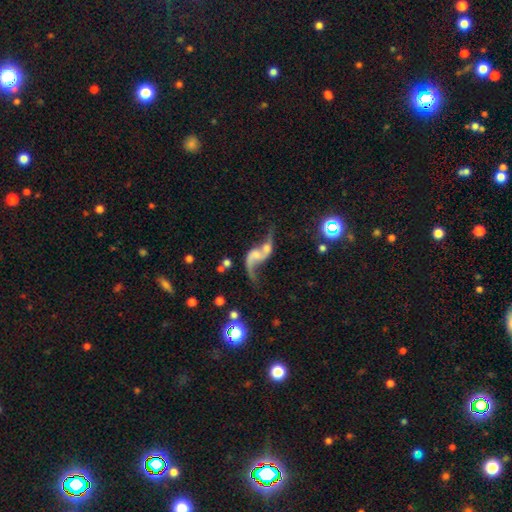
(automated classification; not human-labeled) Smooth or featured?
  - featured or disk: 81% *
  - smooth: 11%
  - star or artifact: 8%
Edge-on disk?
  - no: 96% *
  - yes: 4%
Bar?
  - no: 55% *
  - weak: 34%
  - strong: 11%
Spiral arms?
  - yes: 89% *
  - no: 11%
Spiral winding?
  - loose: 90% *
  - medium: 8%
  - tight: 2%
Spiral arm count?
  - 2: 86% *
  - 1: 9%
  - can't tell: 2%
  - 3: 1%
  - 4: 1%
  - more than 4: 1%
Bulge size?
  - none: 34% *
  - small: 33%
  - moderate: 24%
  - large: 7%
  - dominant: 2%
Merging?
  - merger: 40% *
  - none: 30%
  - major disturbance: 18%
  - minor disturbance: 12%